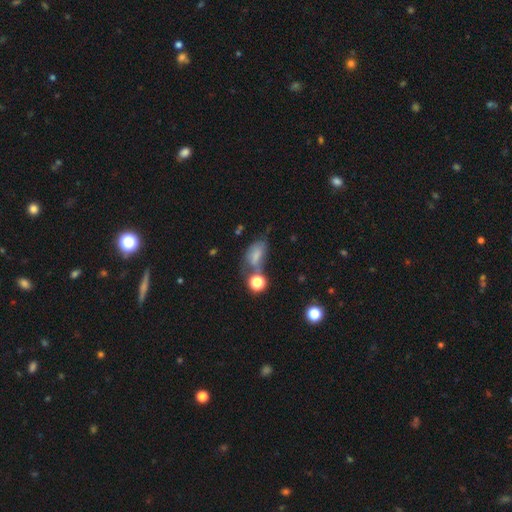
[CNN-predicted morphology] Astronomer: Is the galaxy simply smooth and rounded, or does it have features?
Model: smooth — 63%.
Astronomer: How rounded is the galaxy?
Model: in between — 82%.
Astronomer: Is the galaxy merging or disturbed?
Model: none — 30% (runner-up: minor disturbance, 24%).